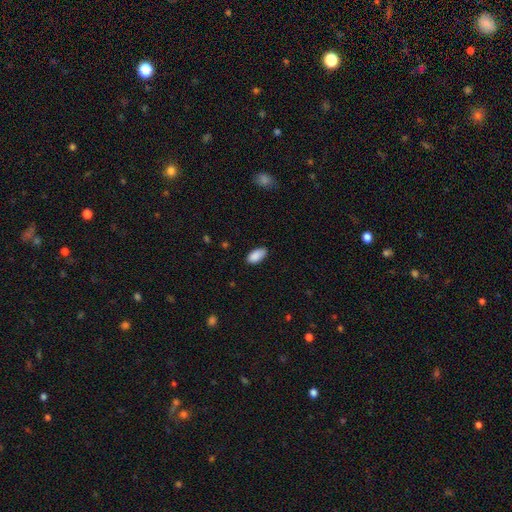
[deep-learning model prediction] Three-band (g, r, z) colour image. It shows a smooth galaxy with no disk features (89%) that is in between round and cigar-shaped (94%). Merging: none (79%).